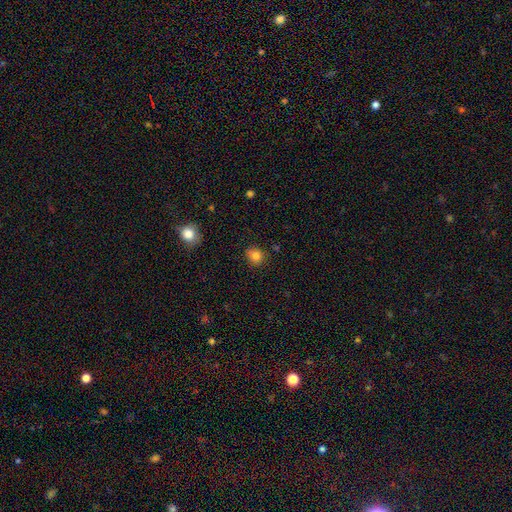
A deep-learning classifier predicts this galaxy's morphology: Smooth or featured? smooth (81%)
How rounded? round (74%)
Merging? none (79%)